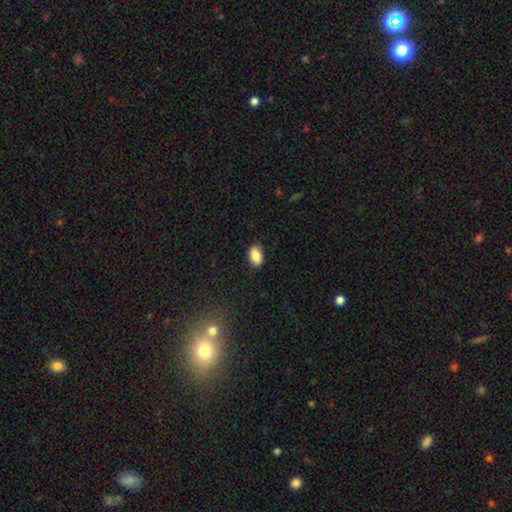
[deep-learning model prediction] Smooth or featured? smooth (86%)
How rounded? in between (90%)
Merging? none (83%)